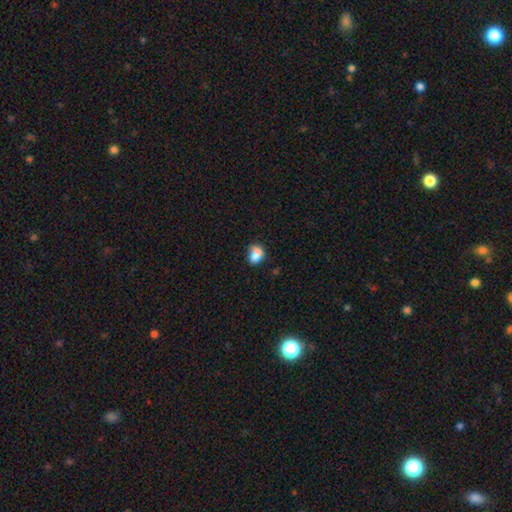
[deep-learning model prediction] Smooth or featured?
  - smooth: 78% *
  - featured or disk: 12%
  - star or artifact: 10%
How rounded?
  - in between: 64% *
  - round: 35%
  - cigar-shaped: 2%
Merging?
  - none: 41% *
  - minor disturbance: 27%
  - merger: 21%
  - major disturbance: 11%